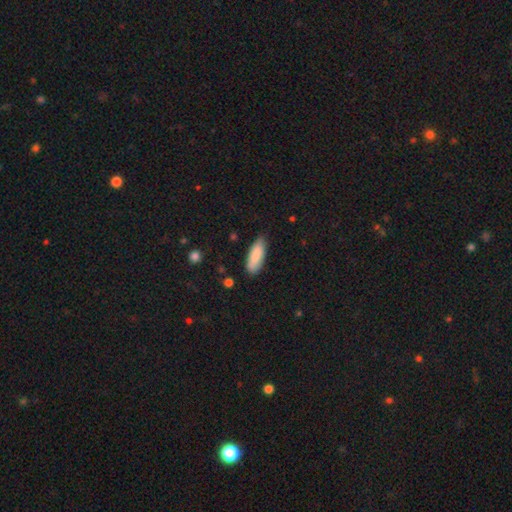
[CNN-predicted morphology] Smooth or featured: smooth — 86% (featured or disk — 8%)
How rounded: in between — 68% (cigar-shaped — 30%)
Merging: none — 80% (minor disturbance — 16%)